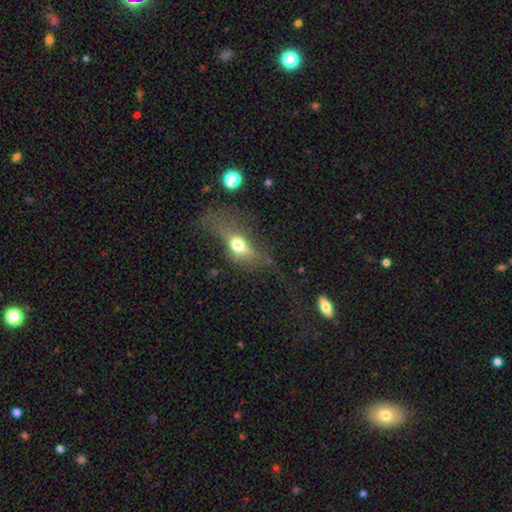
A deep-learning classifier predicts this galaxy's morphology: featured or disk 45%, smooth 39%, star or artifact 16%. Down the decision tree: merging — major disturbance (39%).